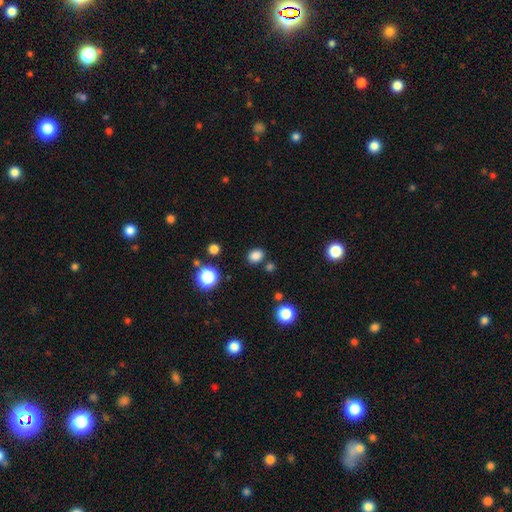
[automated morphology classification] This is clearly a smooth galaxy (82%). How rounded: possibly in between (57%). Merging: clearly none (81%).